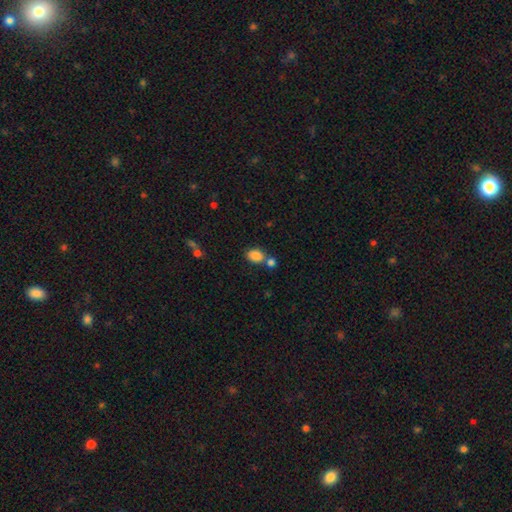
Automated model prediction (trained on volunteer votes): Smooth or featured?
  - smooth: 85% *
  - star or artifact: 9%
  - featured or disk: 5%
How rounded?
  - in between: 67% *
  - round: 32%
  - cigar-shaped: 1%
Merging?
  - none: 57% *
  - merger: 29%
  - minor disturbance: 11%
  - major disturbance: 4%